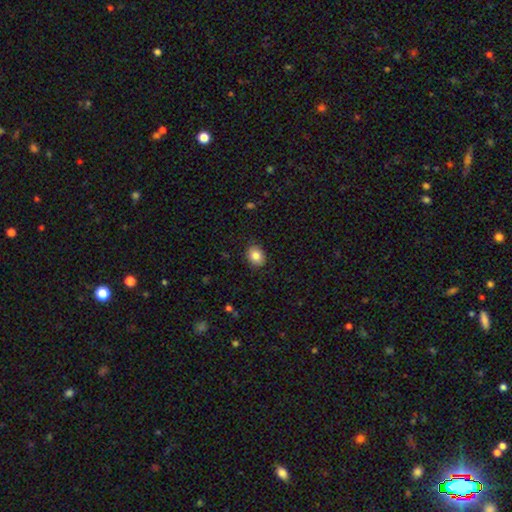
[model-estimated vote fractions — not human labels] A smooth galaxy with no disk features (83%) that is in between round and cigar-shaped (60%).

Vote fractions:
- Smooth or featured? smooth: 83% / star or artifact: 8% / featured or disk: 8%
- How rounded? in between: 60% / round: 39% / cigar-shaped: 1%
- Merging? none: 87% / minor disturbance: 10% / major disturbance: 2% / merger: 1%